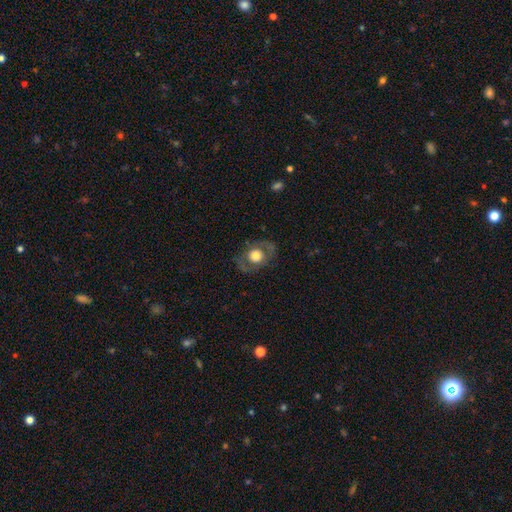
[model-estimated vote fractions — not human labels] Smooth or featured?
  - smooth: 48% *
  - featured or disk: 45%
  - star or artifact: 8%
Merging?
  - none: 78% *
  - minor disturbance: 13%
  - major disturbance: 8%
  - merger: 1%